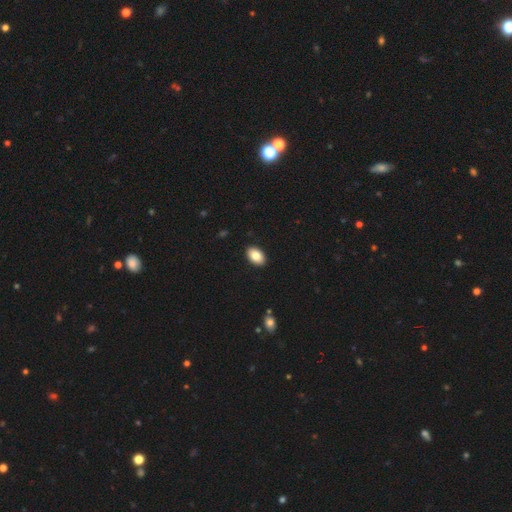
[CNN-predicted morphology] This appears to be a smooth galaxy with no disk features (84%) that is in between round and cigar-shaped (92%). Merging: none (91%).